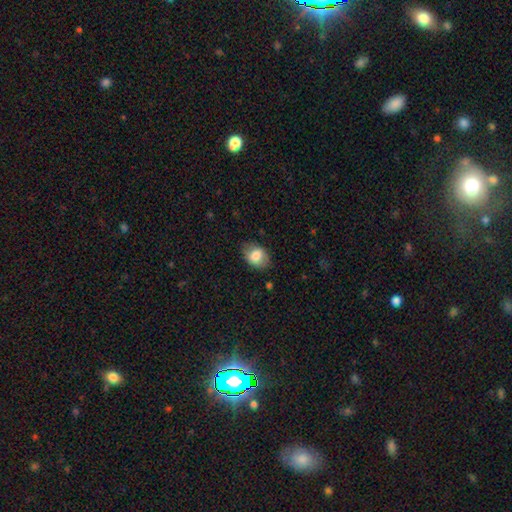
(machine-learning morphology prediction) Q: Smooth or featured?
A: smooth (79%); runner-up: featured or disk (14%)
Q: How rounded?
A: in between (73%); runner-up: round (26%)
Q: Merging?
A: none (75%); runner-up: minor disturbance (19%)